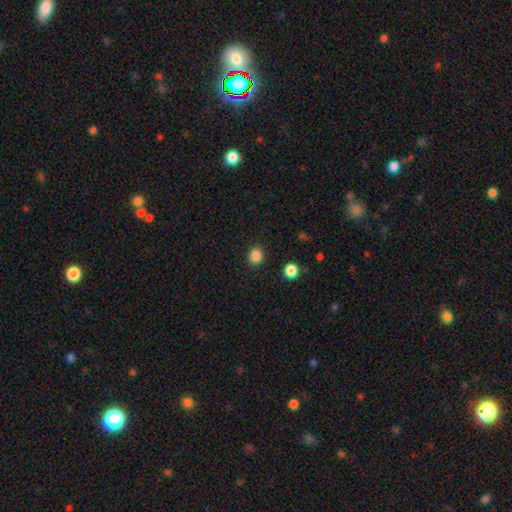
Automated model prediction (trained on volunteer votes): Smooth or featured? smooth (86%)
How rounded? round (66%)
Merging? none (89%)